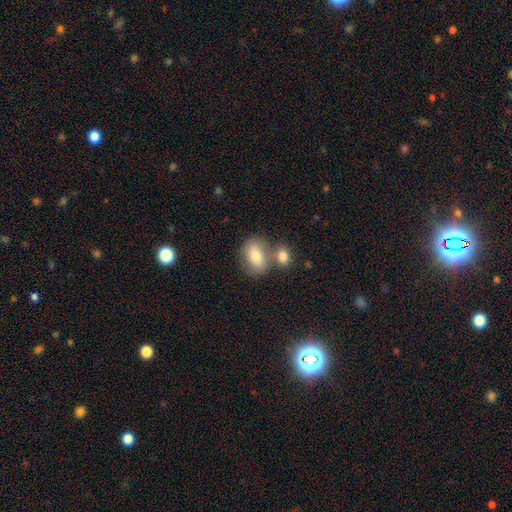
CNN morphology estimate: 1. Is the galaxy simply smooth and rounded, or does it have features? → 76% smooth, 16% featured or disk, 8% star or artifact.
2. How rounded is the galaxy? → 81% in between, 17% round, 2% cigar-shaped.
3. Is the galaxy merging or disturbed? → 50% none, 35% merger, 12% minor disturbance, 4% major disturbance.